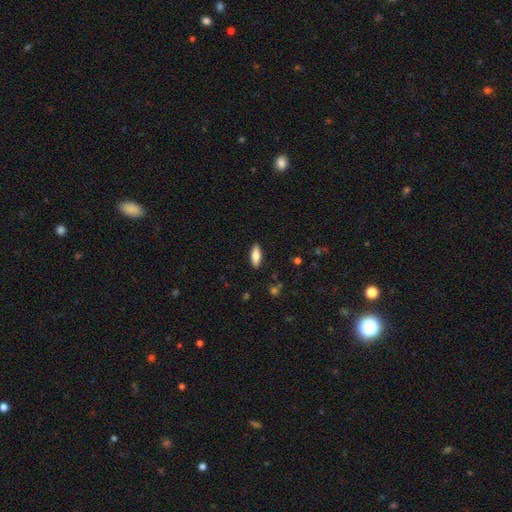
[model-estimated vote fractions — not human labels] smooth 77%, featured or disk 17%, star or artifact 6%. Down the decision tree: how rounded — in between (74%); merging — none (89%).